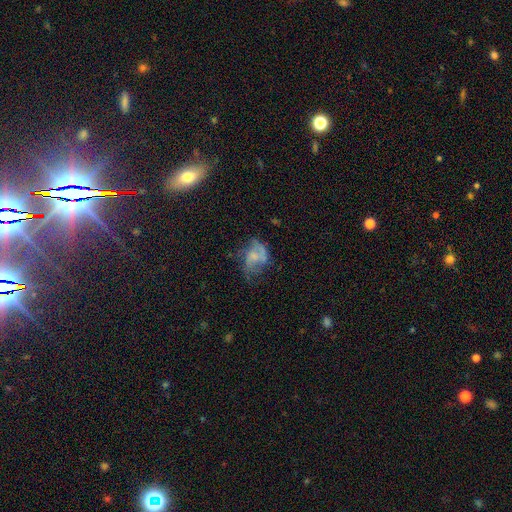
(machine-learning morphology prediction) This is possibly a featured or disk galaxy (57%). It is clearly not viewed edge-on (98%). Bar: likely no (68%). Spiral arm pattern: likely yes (69%). Central bulge: marginally none (35%). Merging: marginally none (38%).